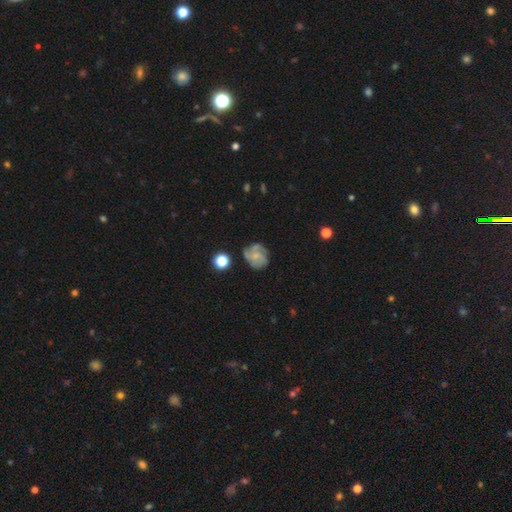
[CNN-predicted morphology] Smooth or featured? featured or disk (61%)
Edge-on disk? no (98%)
Bar? no (71%)
Spiral arms? yes (86%)
Spiral winding? medium (43%)
Spiral arm count? 3 (37%)
Bulge size? small (65%)
Merging? none (66%)